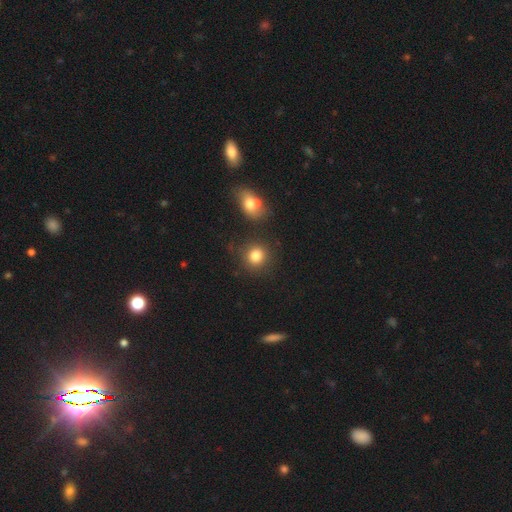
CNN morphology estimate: A smooth galaxy with no disk features (83%) that is round (85%).

Vote fractions:
- Smooth or featured? smooth: 83% / star or artifact: 11% / featured or disk: 6%
- How rounded? round: 85% / in between: 14% / cigar-shaped: 1%
- Merging? none: 80% / minor disturbance: 10% / merger: 7% / major disturbance: 4%